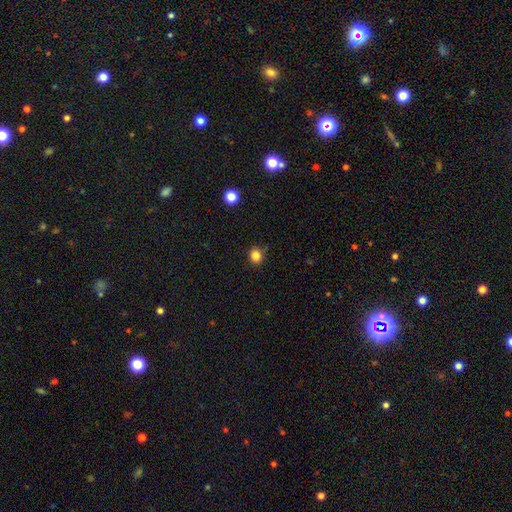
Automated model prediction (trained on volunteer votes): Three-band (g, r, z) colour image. It shows a smooth galaxy with no disk features (84%) that is round (79%). Merging: none (85%).